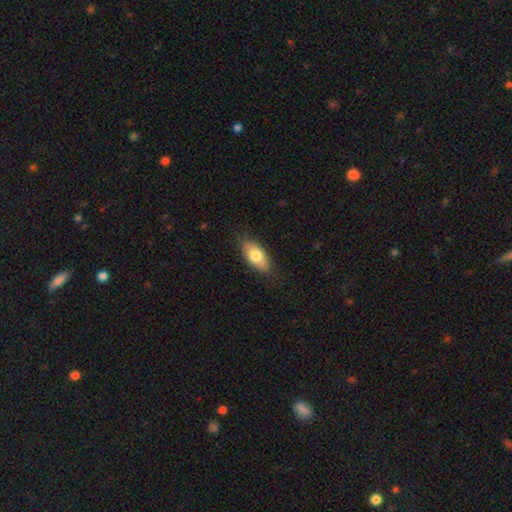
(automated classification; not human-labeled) A smooth galaxy with no disk features (77%) that is in between round and cigar-shaped (87%). Merging: none (84%).